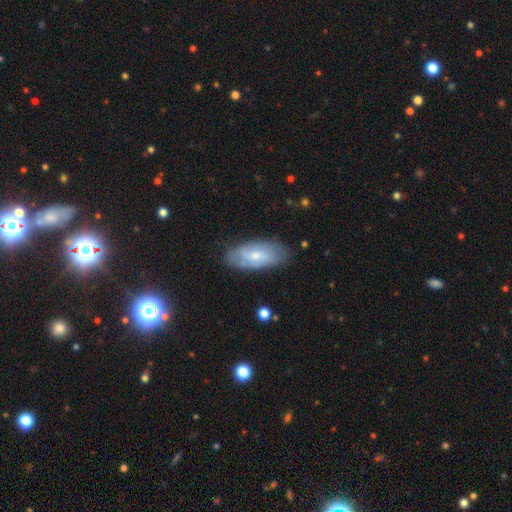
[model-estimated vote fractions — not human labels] Q: Smooth or featured?
A: smooth (47%); runner-up: featured or disk (46%)
Q: Merging?
A: none (79%); runner-up: minor disturbance (16%)